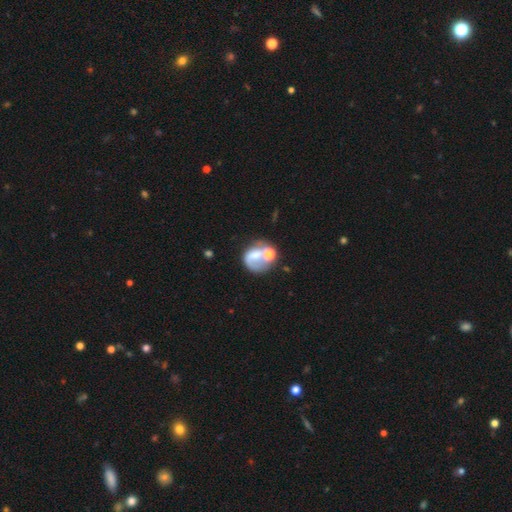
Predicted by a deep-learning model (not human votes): Smooth or featured? featured or disk (48%)
Merging? merger (32%, tied with none)